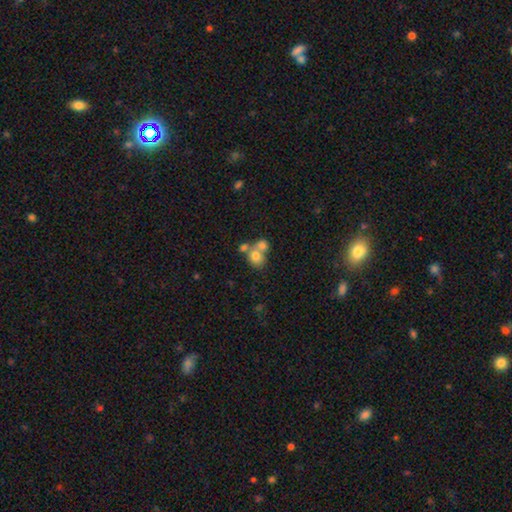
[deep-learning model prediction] Q: Smooth or featured?
A: smooth (72%); runner-up: featured or disk (17%)
Q: How rounded?
A: round (69%); runner-up: in between (30%)
Q: Merging?
A: merger (57%); runner-up: none (33%)